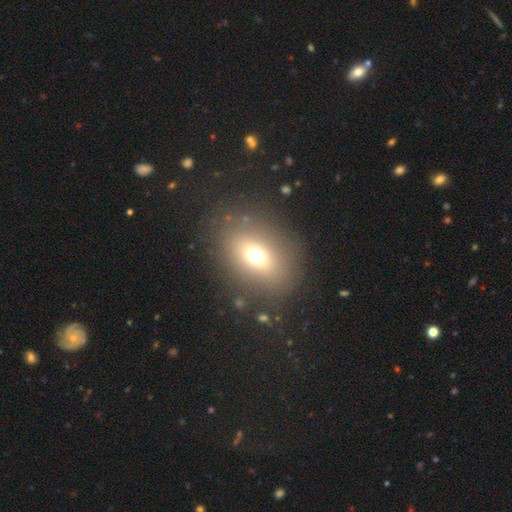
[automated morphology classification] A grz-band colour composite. It shows a smooth galaxy with no disk features (66%) that is in between round and cigar-shaped (56%). Merging: none (82%).